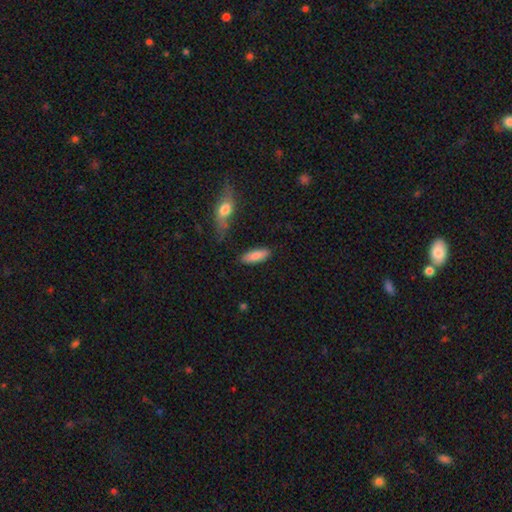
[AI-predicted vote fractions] Smooth or featured? Predicted: smooth (p=0.86). How rounded? Predicted: in between (p=0.63). Merging? Predicted: none (p=0.83).